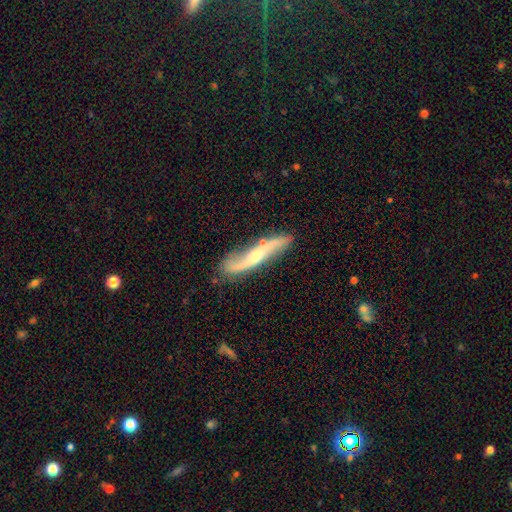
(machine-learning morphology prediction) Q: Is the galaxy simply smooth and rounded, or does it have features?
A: featured or disk — 73%.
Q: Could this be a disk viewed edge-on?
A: no — 64%.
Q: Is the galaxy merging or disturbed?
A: none — 65%.